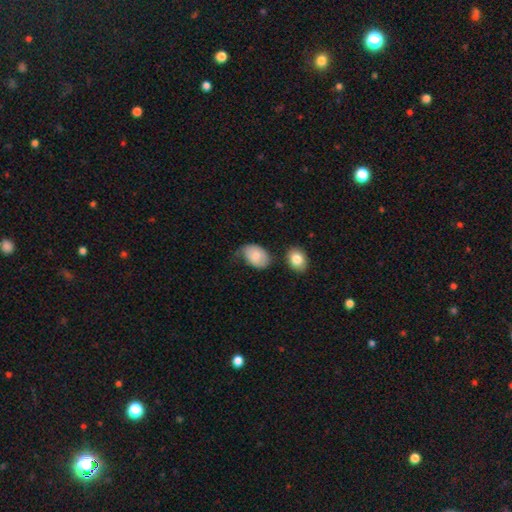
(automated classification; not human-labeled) A smooth galaxy with no disk features (76%) that is in between round and cigar-shaped (82%).

Vote fractions:
- Smooth or featured? smooth: 76% / featured or disk: 17% / star or artifact: 7%
- How rounded? in between: 82% / round: 17% / cigar-shaped: 1%
- Merging? none: 44% / minor disturbance: 35% / major disturbance: 14% / merger: 7%